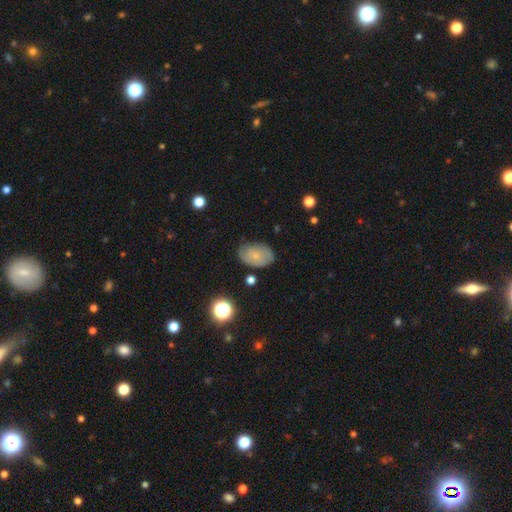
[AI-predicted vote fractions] This is likely a smooth galaxy (60%). How rounded: clearly in between (84%). Merging: likely none (68%).